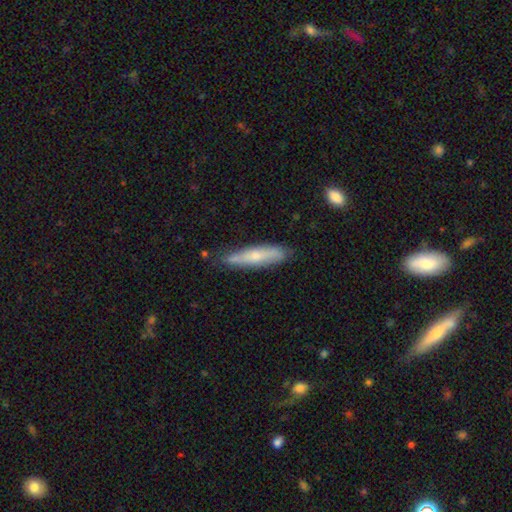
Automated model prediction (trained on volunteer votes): The model was most divided on "smooth or featured": smooth: 54%, featured or disk: 40%, star or artifact: 6%. More confident: how rounded — cigar-shaped (83%); merging — none (76%).